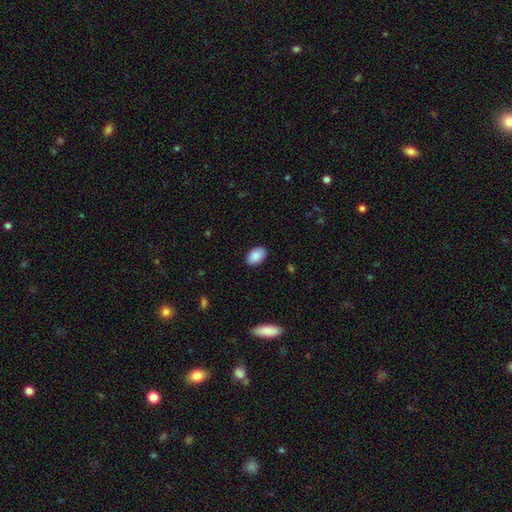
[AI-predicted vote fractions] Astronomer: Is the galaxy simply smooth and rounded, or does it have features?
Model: smooth — 89%.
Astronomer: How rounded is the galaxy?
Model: in between — 88%.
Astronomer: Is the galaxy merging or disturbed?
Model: none — 88%.